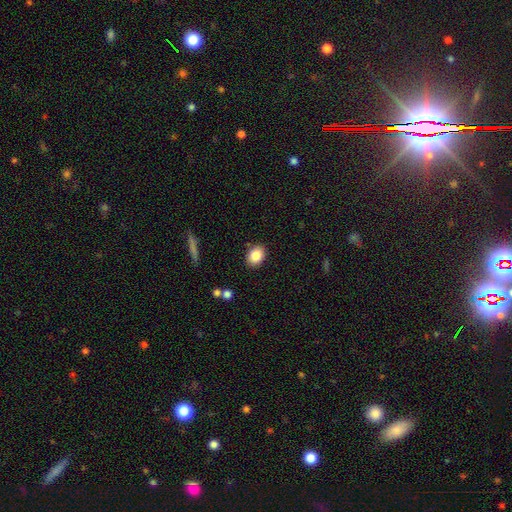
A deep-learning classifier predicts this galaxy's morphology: This is clearly a smooth galaxy (84%). How rounded: likely in between (68%). Merging: clearly none (87%).